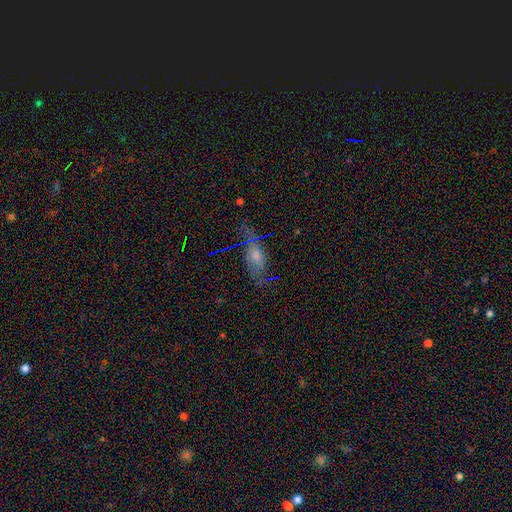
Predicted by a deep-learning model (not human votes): Overall: featured or disk (52%; smooth 31%). Edge-on disk: no (71%). Merging: none (58%; minor disturbance 23%).